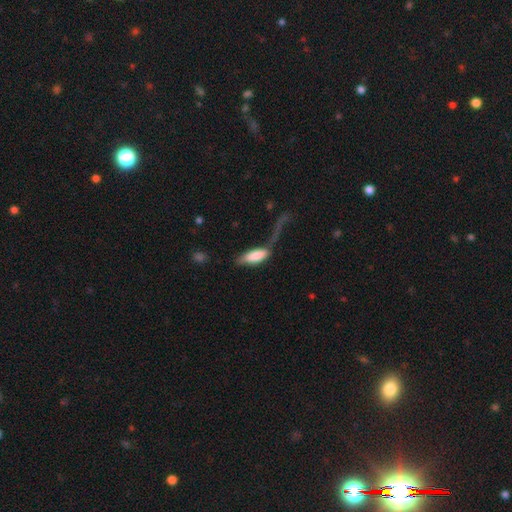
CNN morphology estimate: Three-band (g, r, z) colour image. It shows a smooth galaxy with no disk features (78%) that is in between round and cigar-shaped (74%). Merging: major disturbance (43%).